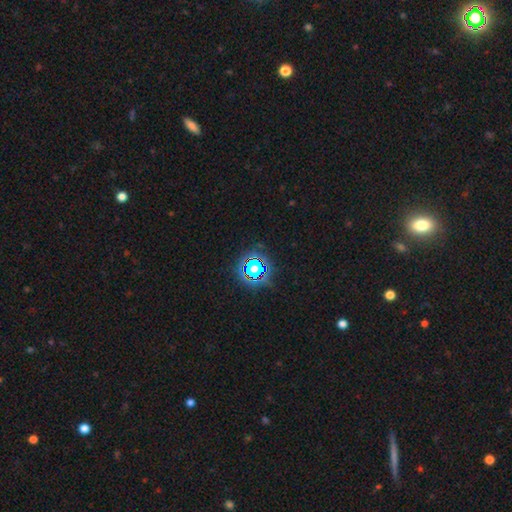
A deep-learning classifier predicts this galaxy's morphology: A star or artifact, not a galaxy (80%).